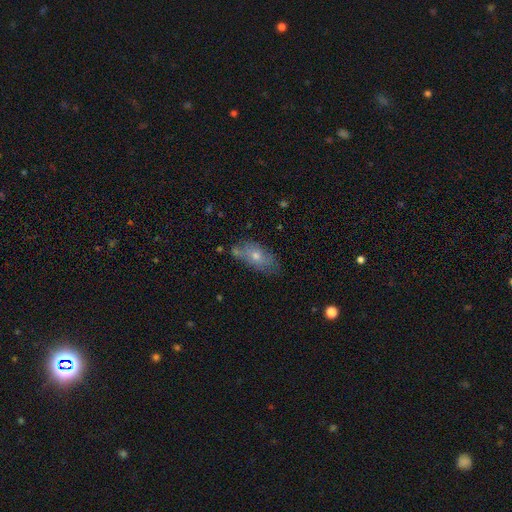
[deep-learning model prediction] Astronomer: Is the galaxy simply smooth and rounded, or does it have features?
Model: smooth — 50% (runner-up: featured or disk, 39%).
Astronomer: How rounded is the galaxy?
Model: in between — 84%.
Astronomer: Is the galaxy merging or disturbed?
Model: none — 64%.